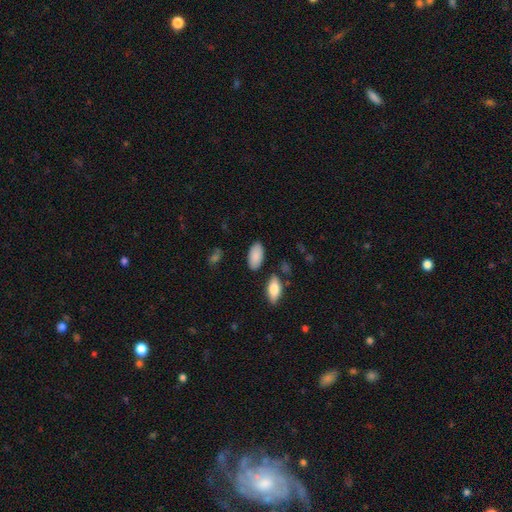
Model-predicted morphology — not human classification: Smooth or featured?
  - smooth: 89% *
  - star or artifact: 6%
  - featured or disk: 6%
How rounded?
  - in between: 94% *
  - cigar-shaped: 3%
  - round: 2%
Merging?
  - none: 84% *
  - minor disturbance: 10%
  - merger: 3%
  - major disturbance: 2%